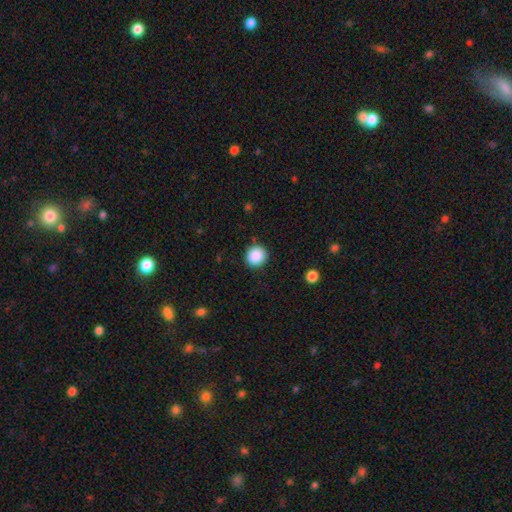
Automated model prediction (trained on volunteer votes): The model was most divided on "smooth or featured": smooth: 88%, star or artifact: 9%, featured or disk: 3%. More confident: how rounded — round (93%); merging — none (90%).